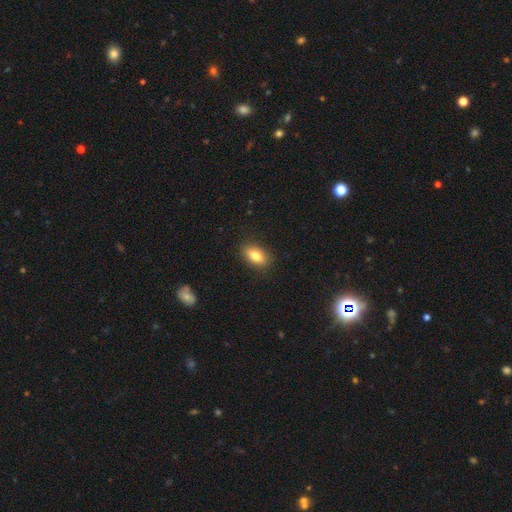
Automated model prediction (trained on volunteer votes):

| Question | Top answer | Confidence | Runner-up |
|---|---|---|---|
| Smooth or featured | smooth | 83% | featured or disk (9%) |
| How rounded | in between | 88% | round (7%) |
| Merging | none | 88% | minor disturbance (8%) |